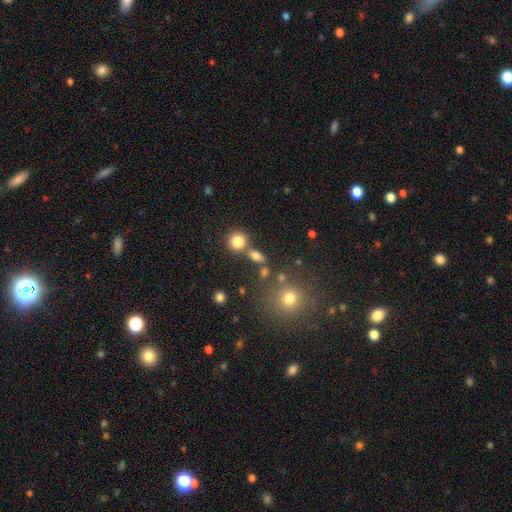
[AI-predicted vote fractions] Overall: smooth (77%). How rounded: in between (52%; round 42%). Merging: none (59%; merger 25%).